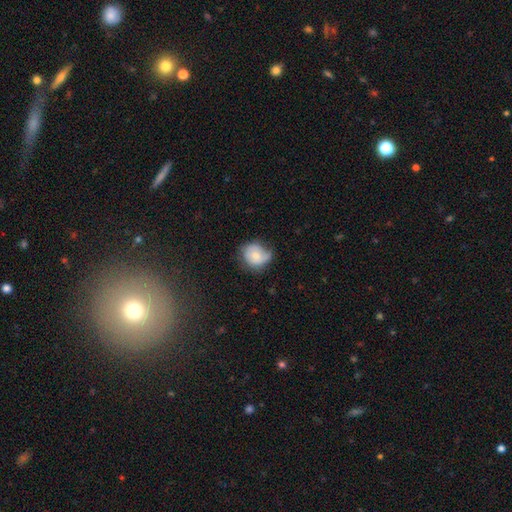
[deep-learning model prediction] This appears to be a smooth galaxy with no disk features (58%) that is round (66%). Merging: none (45%).